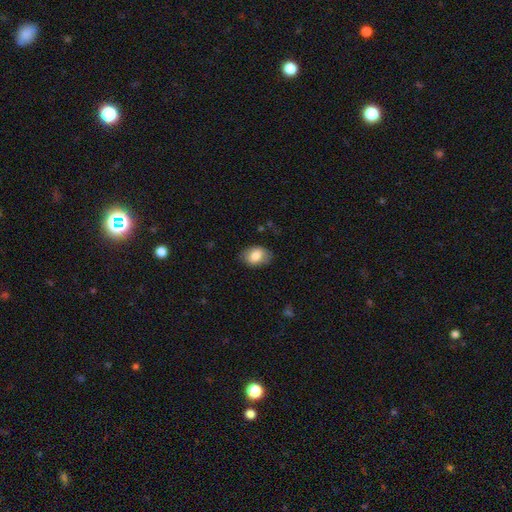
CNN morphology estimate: smooth_or_featured: smooth (p=0.80) [alt: featured or disk p=0.13]
how_rounded: in between (p=0.82) [alt: round p=0.17]
merging: none (p=0.82) [alt: minor disturbance p=0.14]